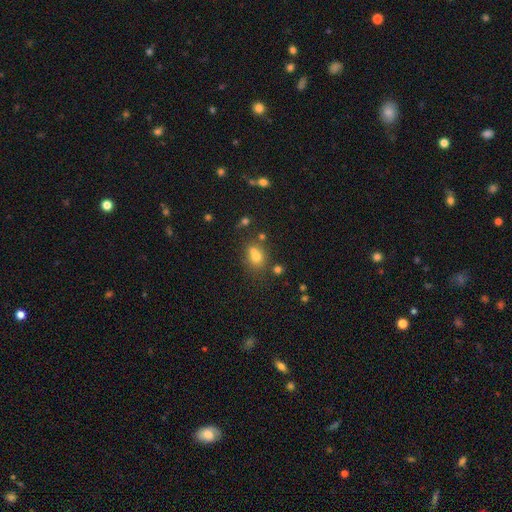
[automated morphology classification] smooth 69%, star or artifact 18%, featured or disk 14%. Down the decision tree: how rounded — round (51%); merging — none (50%).